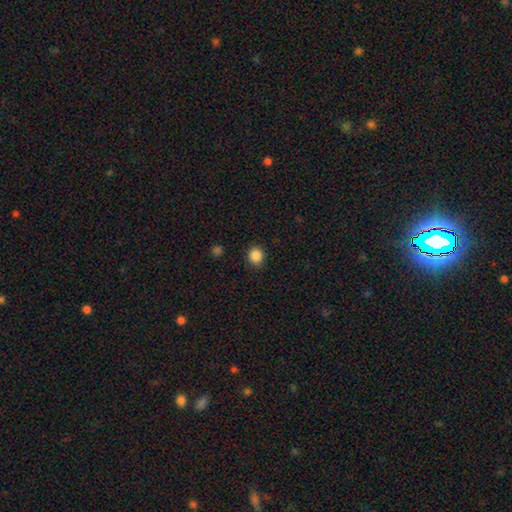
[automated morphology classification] smooth-or-featured: smooth: 86% | star or artifact: 10% | featured or disk: 3%
  how-rounded: round: 83% | in between: 16% | cigar-shaped: 1%
  merging: none: 90% | minor disturbance: 7% | major disturbance: 2% | merger: 1%